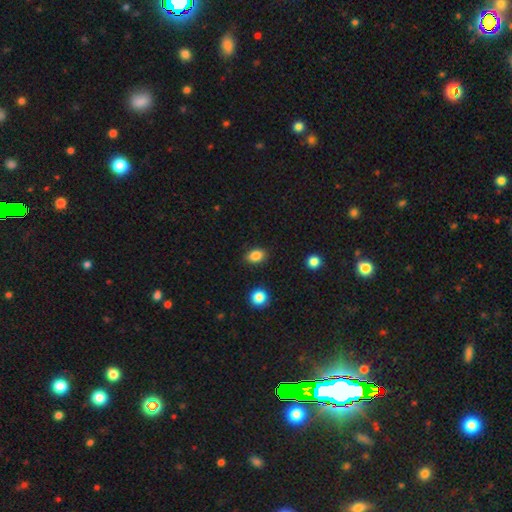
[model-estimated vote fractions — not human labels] Smooth or featured? Predicted: smooth (p=0.86). How rounded? Predicted: in between (p=0.76). Merging? Predicted: none (p=0.87).